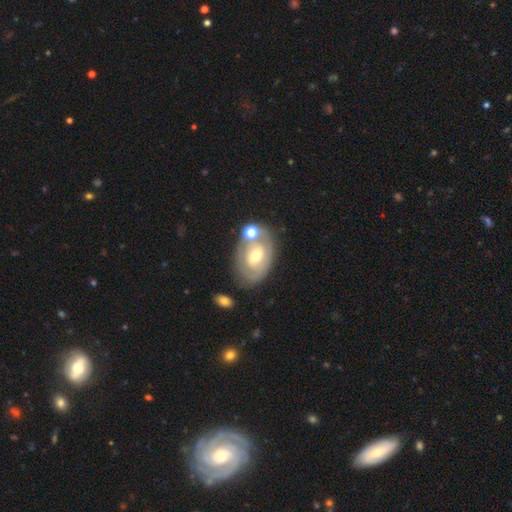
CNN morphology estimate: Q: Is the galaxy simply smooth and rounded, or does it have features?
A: featured or disk — 61%.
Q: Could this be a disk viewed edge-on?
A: no — 93%.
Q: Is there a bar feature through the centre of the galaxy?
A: no — 55%.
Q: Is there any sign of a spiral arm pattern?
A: no — 51%.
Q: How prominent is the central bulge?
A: moderate — 60%.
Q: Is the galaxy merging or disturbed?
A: none — 60%.